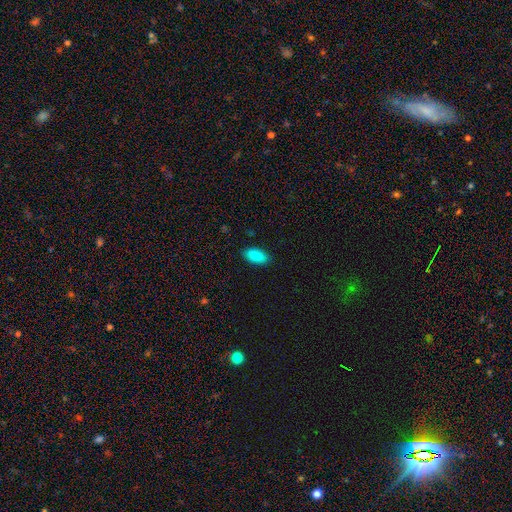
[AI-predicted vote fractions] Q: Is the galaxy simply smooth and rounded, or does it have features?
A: smooth — 89%.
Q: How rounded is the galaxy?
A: in between — 92%.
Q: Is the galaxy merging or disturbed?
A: none — 88%.